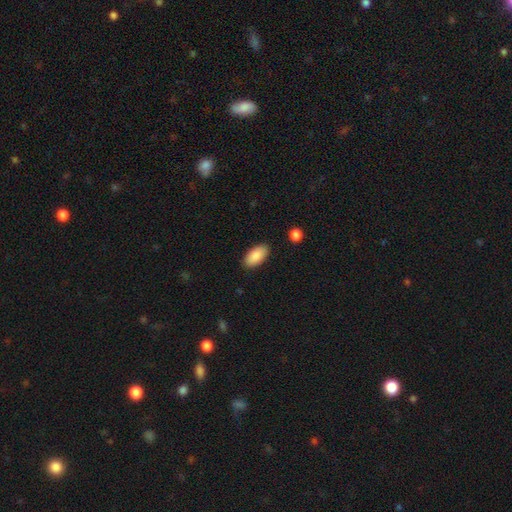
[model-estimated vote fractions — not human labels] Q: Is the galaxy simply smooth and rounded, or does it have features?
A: smooth — 88%.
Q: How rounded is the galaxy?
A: in between — 94%.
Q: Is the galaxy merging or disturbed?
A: none — 87%.